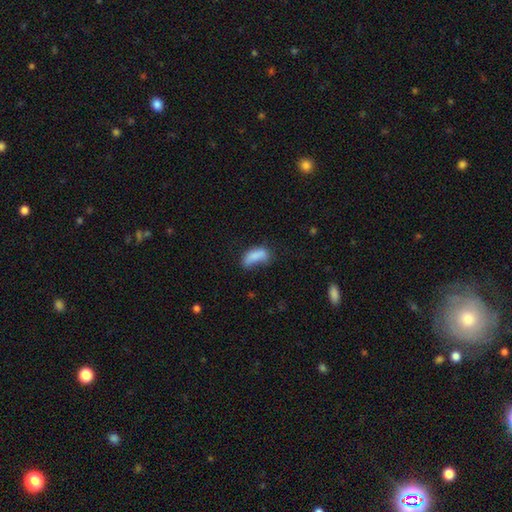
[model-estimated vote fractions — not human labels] Overall: smooth (80%). How rounded: in between (82%). Merging: none (36%; minor disturbance 32%).